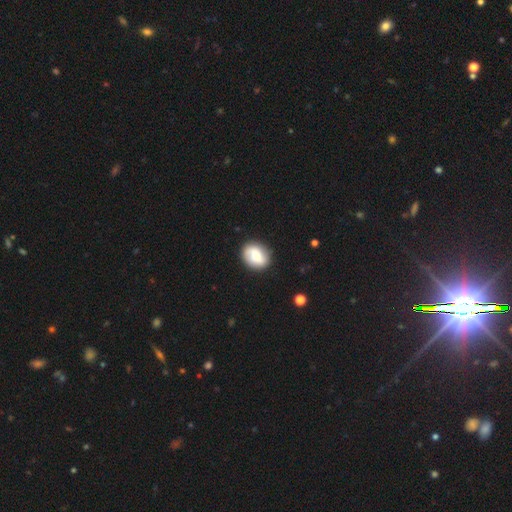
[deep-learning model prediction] This appears to be a smooth galaxy with no disk features (62%) that is round (53%). Merging: none (83%).